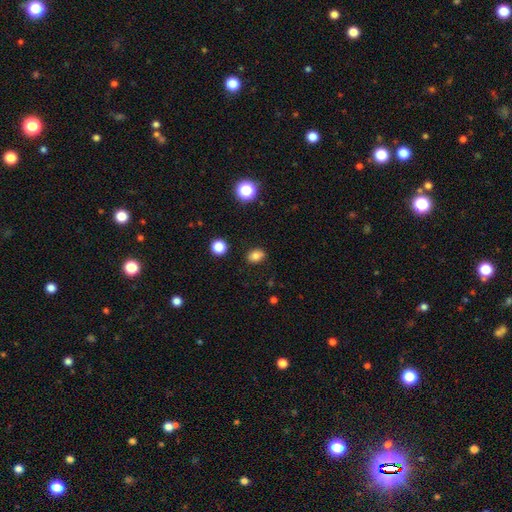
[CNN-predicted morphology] This appears to be a smooth galaxy with no disk features (81%) that is in between round and cigar-shaped (65%). Merging: none (85%).